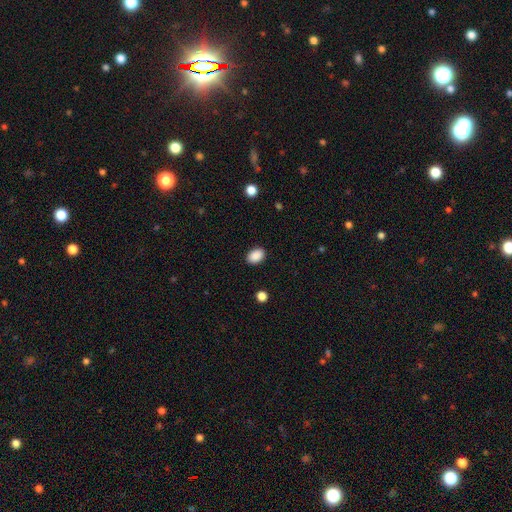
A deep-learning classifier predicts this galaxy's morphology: Q: Smooth or featured?
A: smooth (90%); runner-up: star or artifact (8%)
Q: How rounded?
A: in between (83%); runner-up: round (16%)
Q: Merging?
A: none (89%); runner-up: minor disturbance (8%)